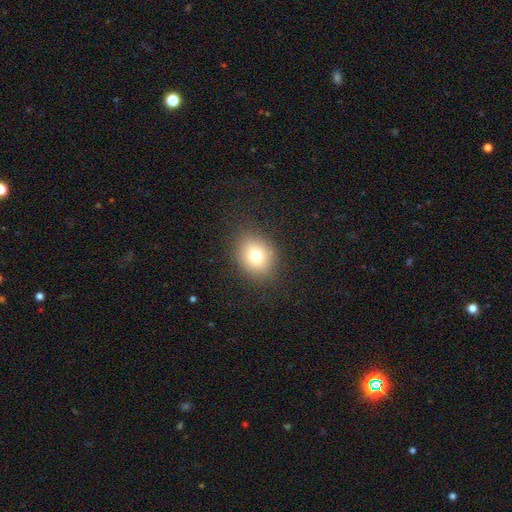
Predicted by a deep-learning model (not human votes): This is likely a smooth galaxy (75%). How rounded: possibly round (50%). Merging: clearly none (86%).